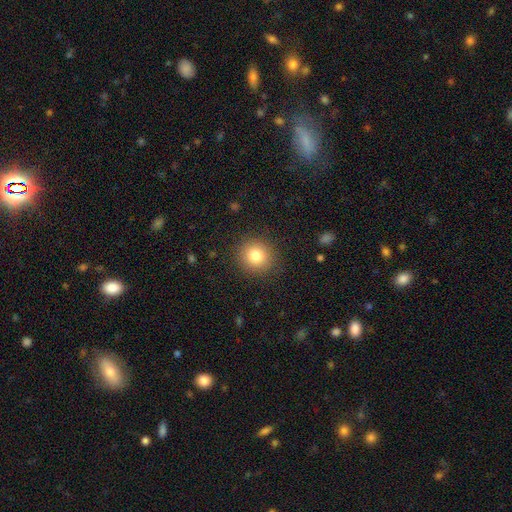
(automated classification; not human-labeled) Overall: smooth (81%). How rounded: round (90%). Merging: none (90%).